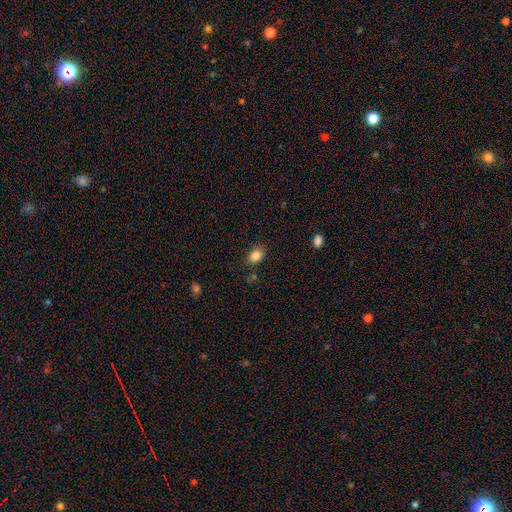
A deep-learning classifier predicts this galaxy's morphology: Smooth or featured? Predicted: smooth (p=0.84). How rounded? Predicted: in between (p=0.70). Merging? Predicted: none (p=0.80).